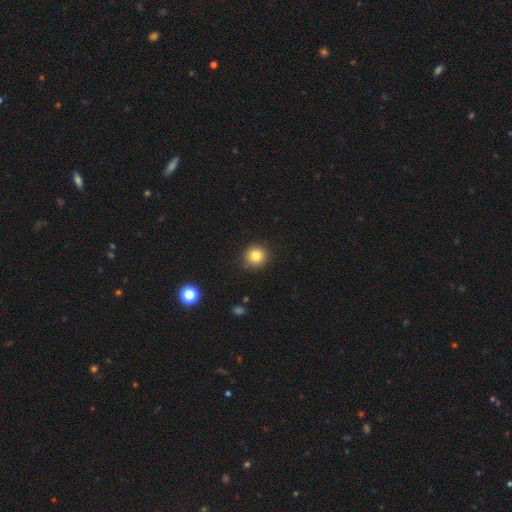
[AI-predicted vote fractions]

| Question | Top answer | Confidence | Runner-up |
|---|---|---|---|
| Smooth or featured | smooth | 82% | star or artifact (11%) |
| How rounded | round | 93% | in between (6%) |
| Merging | none | 90% | minor disturbance (7%) |